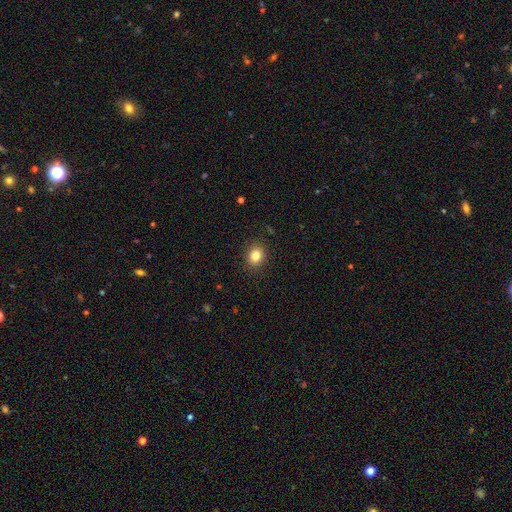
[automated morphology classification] Q: Smooth or featured?
A: smooth (83%); runner-up: star or artifact (11%)
Q: How rounded?
A: round (58%); runner-up: in between (41%)
Q: Merging?
A: none (89%); runner-up: minor disturbance (8%)